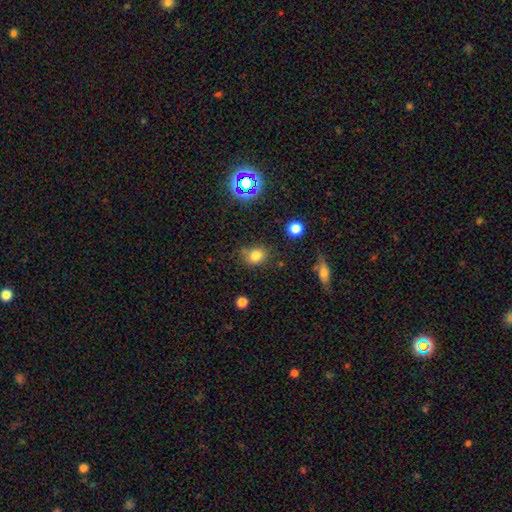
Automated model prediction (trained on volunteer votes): smooth_or_featured: smooth (p=0.77) [alt: star or artifact p=0.15]
how_rounded: round (p=0.59) [alt: in between p=0.40]
merging: none (p=0.73) [alt: minor disturbance p=0.17]